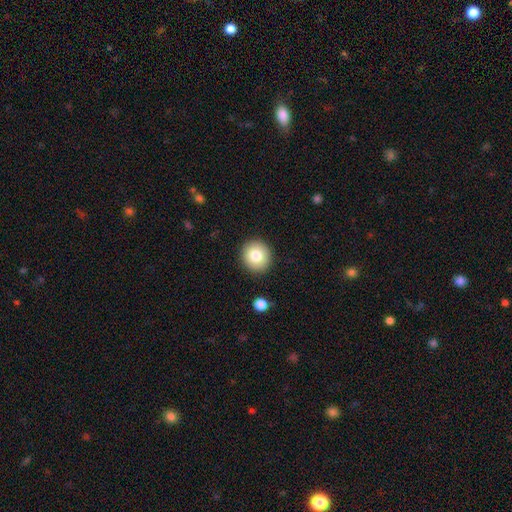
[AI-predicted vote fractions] A smooth galaxy with no disk features (80%) that is round (90%).

Vote fractions:
- Smooth or featured? smooth: 80% / featured or disk: 10% / star or artifact: 9%
- How rounded? round: 90% / in between: 9% / cigar-shaped: 1%
- Merging? none: 91% / minor disturbance: 6% / major disturbance: 2% / merger: 1%